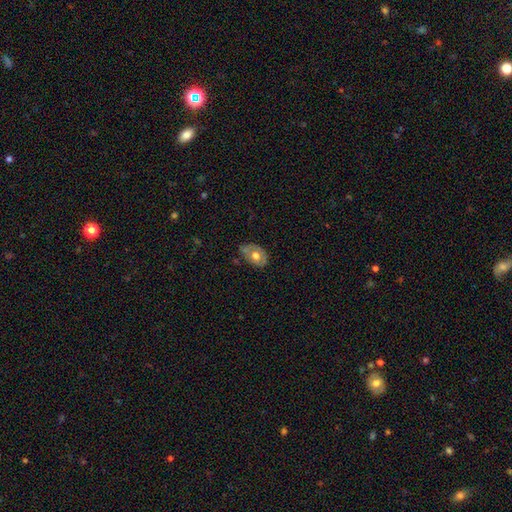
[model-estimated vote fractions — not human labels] This is possibly a smooth galaxy (56%). How rounded: likely in between (77%). Merging: possibly none (54%).